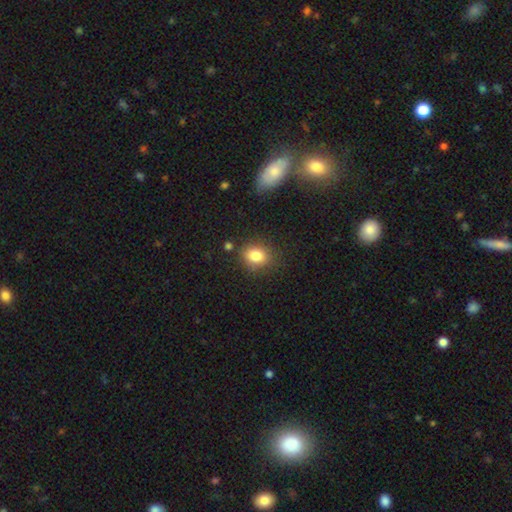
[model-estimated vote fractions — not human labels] The model was most divided on "how rounded": in between: 52%, round: 47%, cigar-shaped: 1%. More confident: smooth or featured — smooth (83%); merging — none (79%).